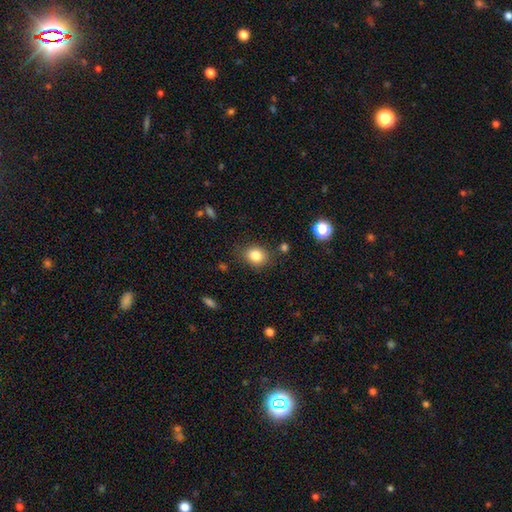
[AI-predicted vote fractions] Smooth or featured: smooth — 84% (star or artifact — 10%)
How rounded: round — 61% (in between — 38%)
Merging: none — 81% (minor disturbance — 13%)